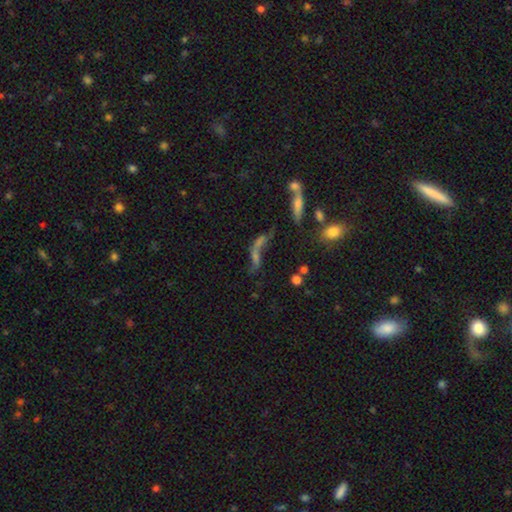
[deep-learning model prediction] A featured or disk galaxy (39%). Merging: merger (37%).